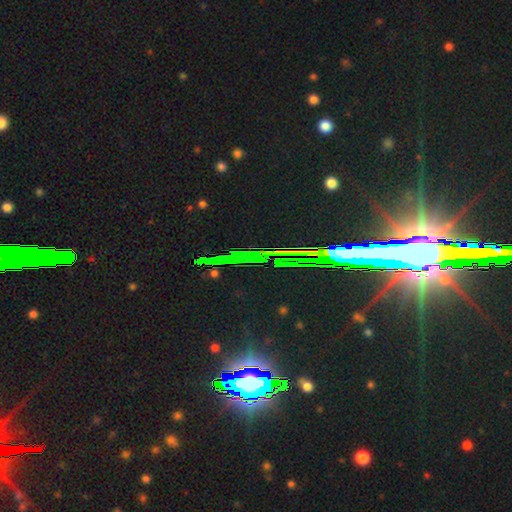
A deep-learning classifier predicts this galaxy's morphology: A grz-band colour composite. It shows a star or artifact, not a galaxy (81%).